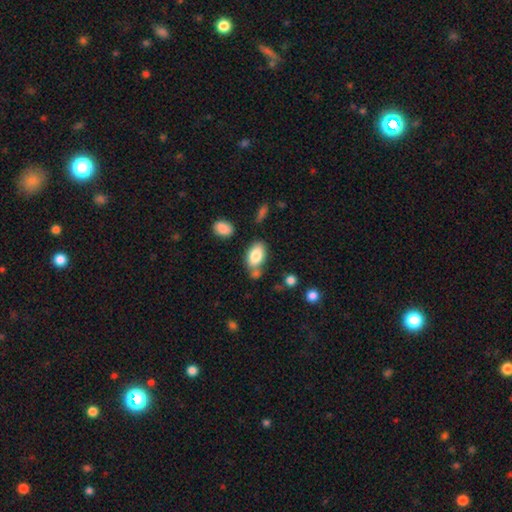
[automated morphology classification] smooth 82%, featured or disk 10%, star or artifact 7%. Down the decision tree: how rounded — in between (91%); merging — none (63%).